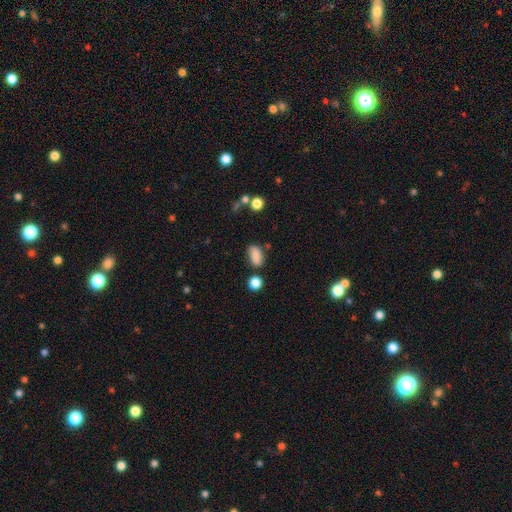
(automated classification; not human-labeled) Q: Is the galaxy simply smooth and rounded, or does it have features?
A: smooth — 78%.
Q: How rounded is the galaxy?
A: in between — 86%.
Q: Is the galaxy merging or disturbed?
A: none — 71%.